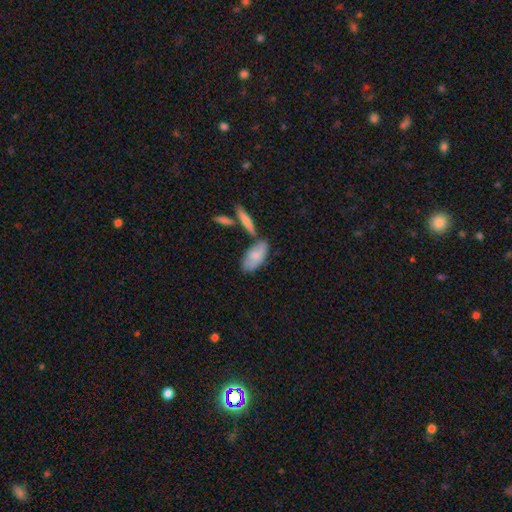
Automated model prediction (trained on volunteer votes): A smooth galaxy with no disk features (75%) that is in between round and cigar-shaped (86%). Merging: none (57%).